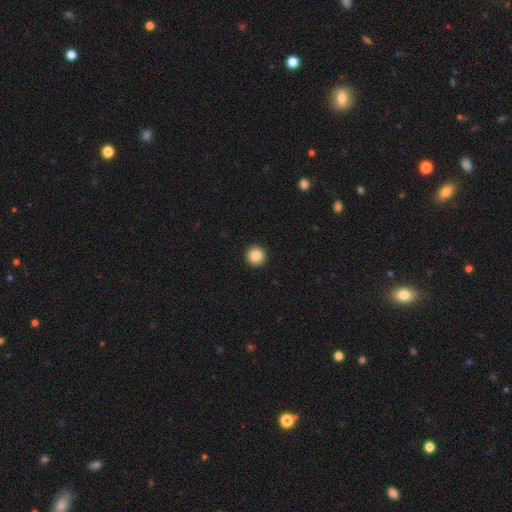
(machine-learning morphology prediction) Q: Smooth or featured?
A: smooth (87%); runner-up: star or artifact (9%)
Q: How rounded?
A: round (96%); runner-up: in between (4%)
Q: Merging?
A: none (94%); runner-up: minor disturbance (4%)